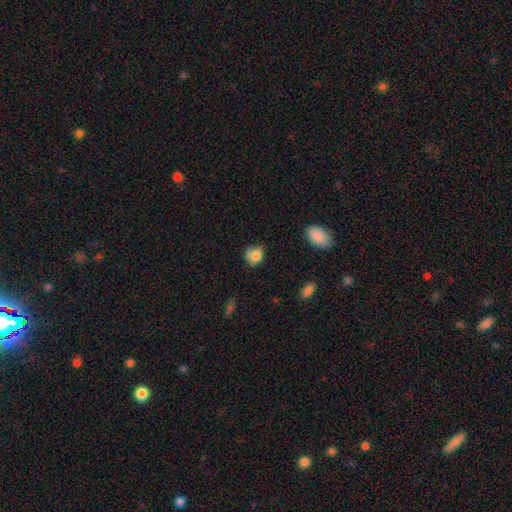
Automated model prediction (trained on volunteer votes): This appears to be a smooth galaxy with no disk features (78%) that is in between round and cigar-shaped (55%). Merging: none (49%).